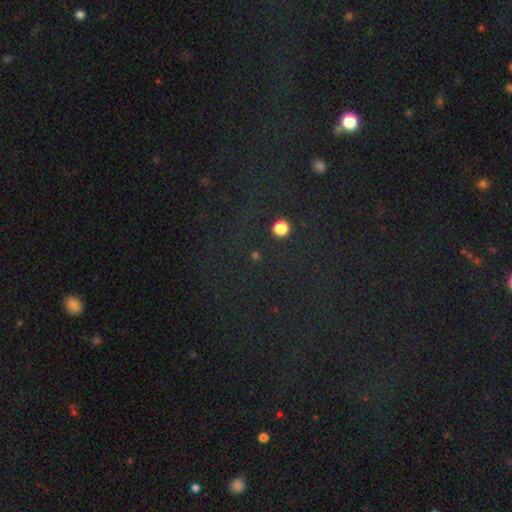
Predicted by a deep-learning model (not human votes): Smooth or featured?
  - star or artifact: 48% *
  - smooth: 45%
  - featured or disk: 6%